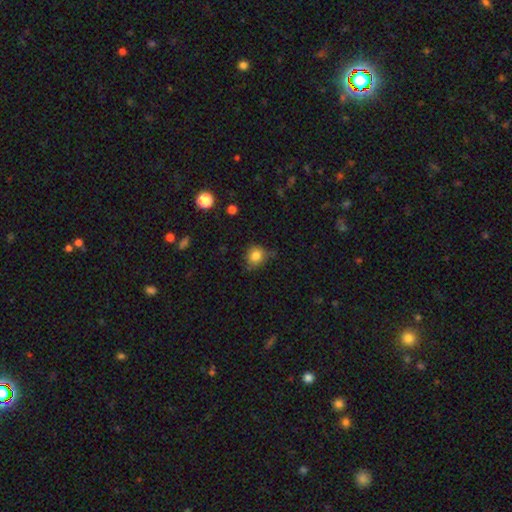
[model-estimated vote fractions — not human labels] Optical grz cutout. It shows a smooth galaxy with no disk features (82%) that is round (75%). Merging: none (63%).